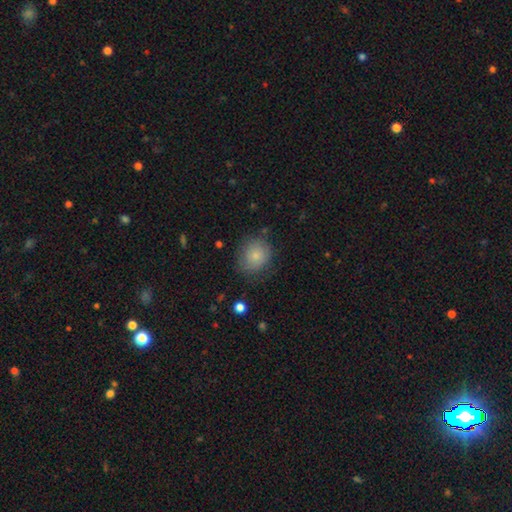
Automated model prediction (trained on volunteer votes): This appears to be a smooth galaxy with no disk features (82%) that is round (75%). Merging: none (73%).